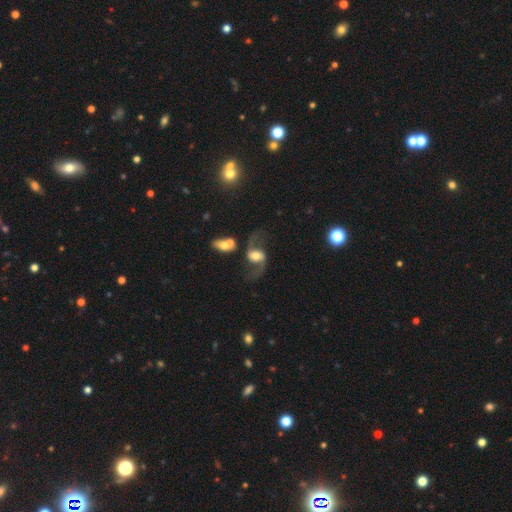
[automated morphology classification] Smooth or featured? featured or disk (83%)
Edge-on disk? no (96%)
Bar? weak (40%)
Spiral arms? yes (94%)
Spiral winding? loose (82%)
Spiral arm count? 2 (93%)
Bulge size? moderate (55%)
Merging? none (63%)